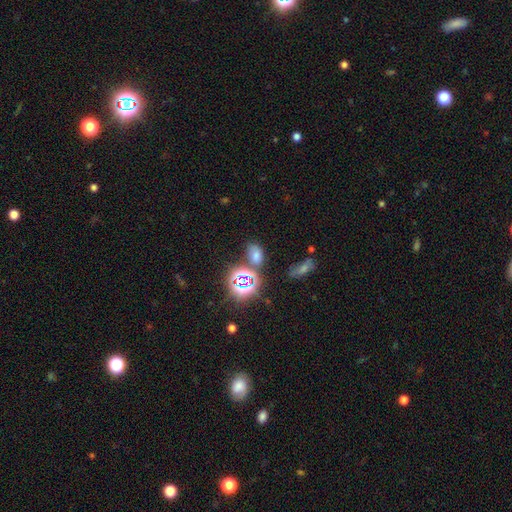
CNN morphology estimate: smooth 58%, star or artifact 33%, featured or disk 9%. Down the decision tree: how rounded — in between (82%); merging — none (65%).